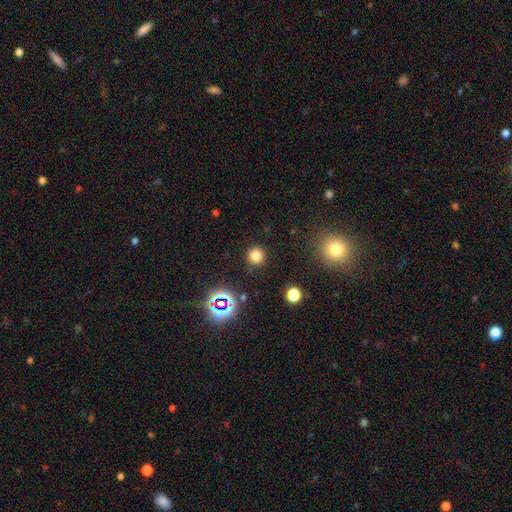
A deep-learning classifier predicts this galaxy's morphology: A smooth galaxy with no disk features (75%) that is round (93%). Merging: none (90%).